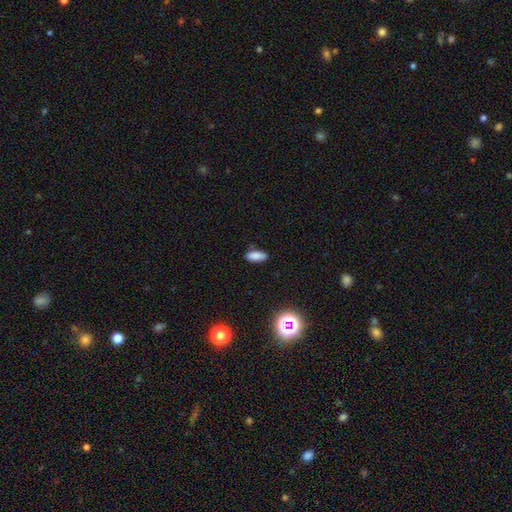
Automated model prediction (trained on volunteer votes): Smooth or featured? smooth (84%)
How rounded? in between (81%)
Merging? none (83%)